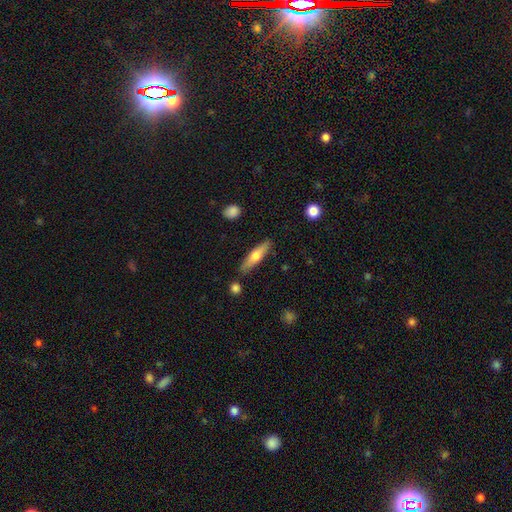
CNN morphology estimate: Smooth or featured: smooth — 57% (featured or disk — 37%)
How rounded: cigar-shaped — 76% (in between — 22%)
Merging: none — 83% (minor disturbance — 11%)